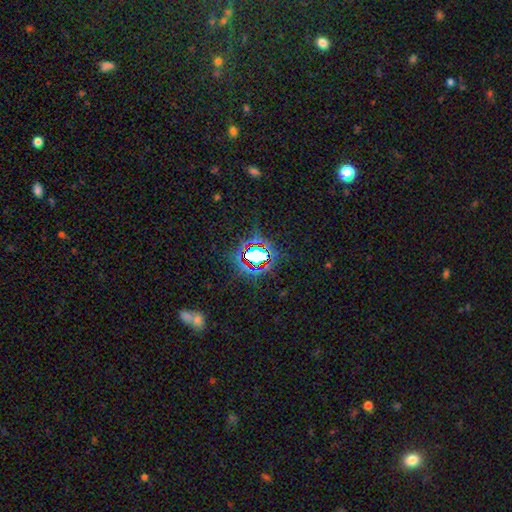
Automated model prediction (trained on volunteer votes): Morphology: type=star or artifact (73%).